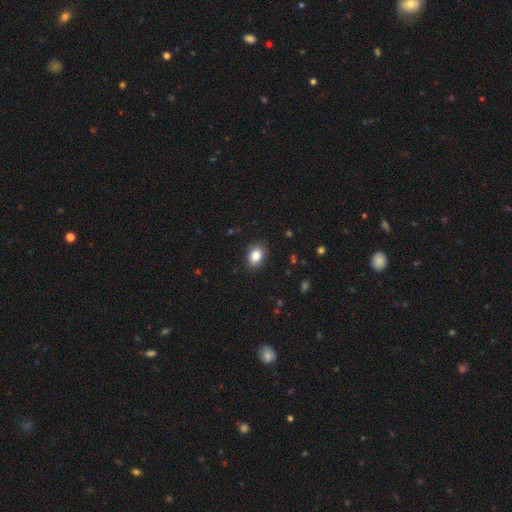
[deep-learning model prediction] The model was most divided on "how rounded": in between: 70%, round: 29%, cigar-shaped: 1%. More confident: merging — none (88%); smooth or featured — smooth (84%).